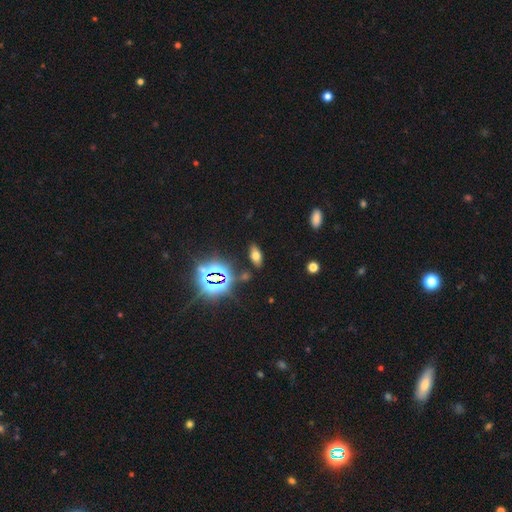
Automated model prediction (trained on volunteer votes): Smooth or featured? Predicted: smooth (p=0.54). How rounded? Predicted: in between (p=0.84). Merging? Predicted: none (p=0.84).